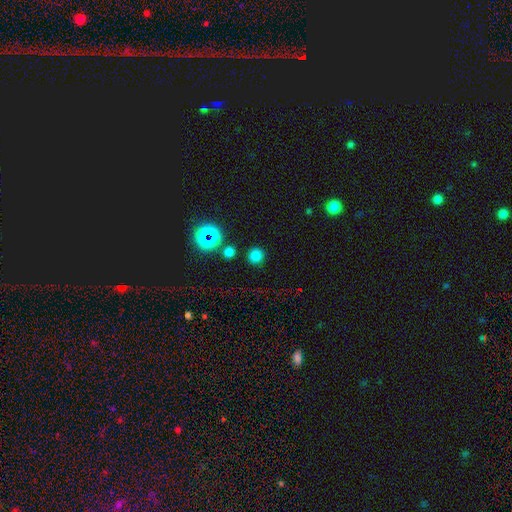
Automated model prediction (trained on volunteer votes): smooth 76%, star or artifact 20%, featured or disk 5%. Down the decision tree: how rounded — round (94%); merging — none (87%).